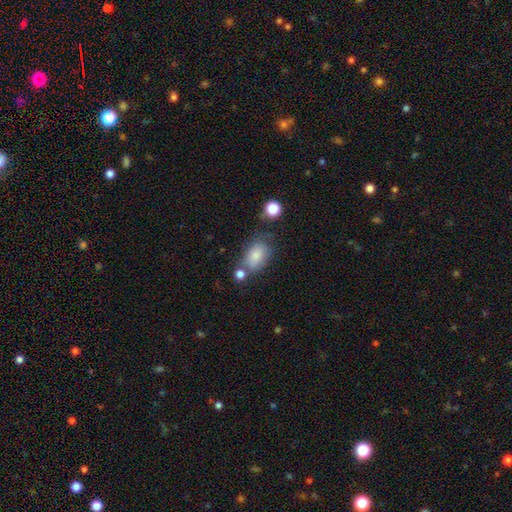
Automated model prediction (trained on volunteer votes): The model was most divided on "merging": none: 51%, minor disturbance: 24%, merger: 15%, major disturbance: 10%. More confident: how rounded — in between (87%); smooth or featured — smooth (80%).